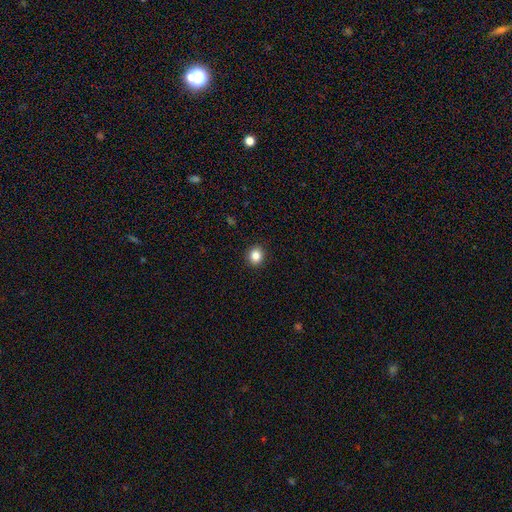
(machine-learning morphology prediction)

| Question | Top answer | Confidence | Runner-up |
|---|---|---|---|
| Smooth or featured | smooth | 84% | star or artifact (11%) |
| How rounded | round | 82% | in between (17%) |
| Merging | none | 92% | minor disturbance (5%) |